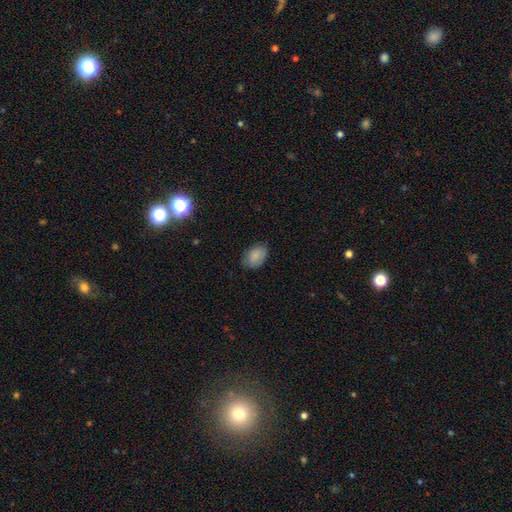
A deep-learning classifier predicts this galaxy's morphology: A smooth galaxy with no disk features (82%) that is in between round and cigar-shaped (85%). Merging: none (74%).